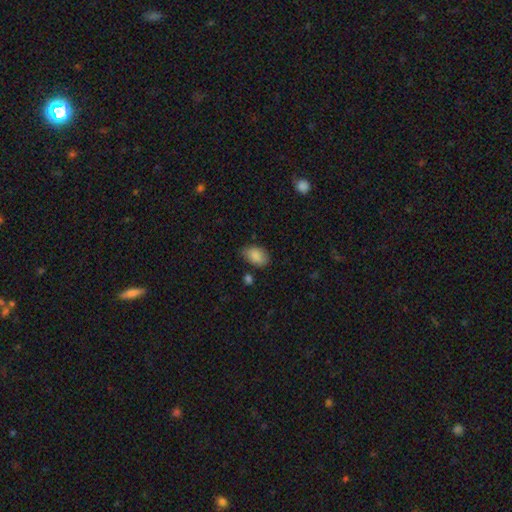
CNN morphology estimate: This is clearly a smooth galaxy (87%). How rounded: clearly in between (90%). Merging: likely none (72%).